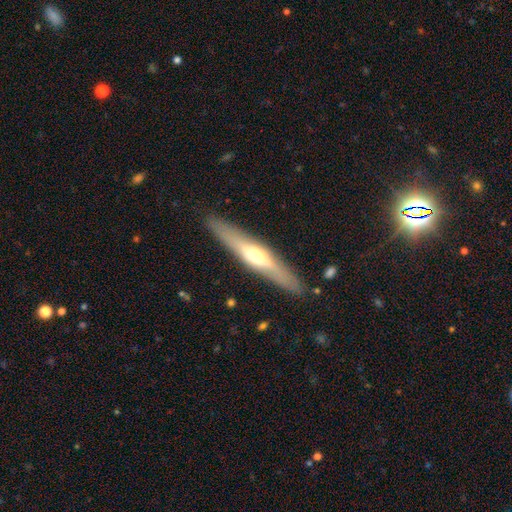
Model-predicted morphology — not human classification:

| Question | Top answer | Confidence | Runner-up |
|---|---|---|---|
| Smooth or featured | featured or disk | 60% | smooth (34%) |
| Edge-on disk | yes | 89% | no (11%) |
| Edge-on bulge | rounded | 84% | none (12%) |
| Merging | none | 89% | minor disturbance (8%) |